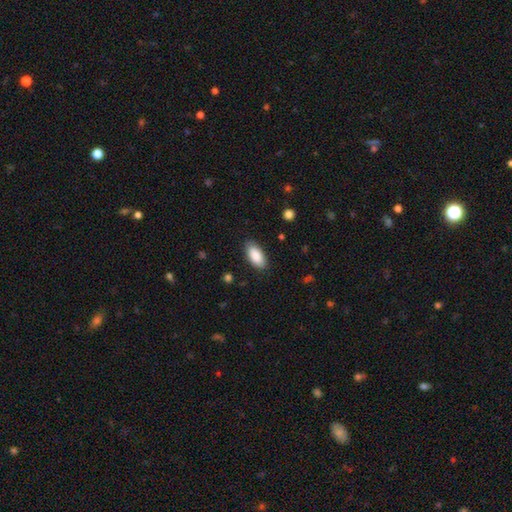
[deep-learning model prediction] Smooth or featured: smooth — 89% (star or artifact — 6%)
How rounded: in between — 92% (cigar-shaped — 6%)
Merging: none — 86% (minor disturbance — 10%)